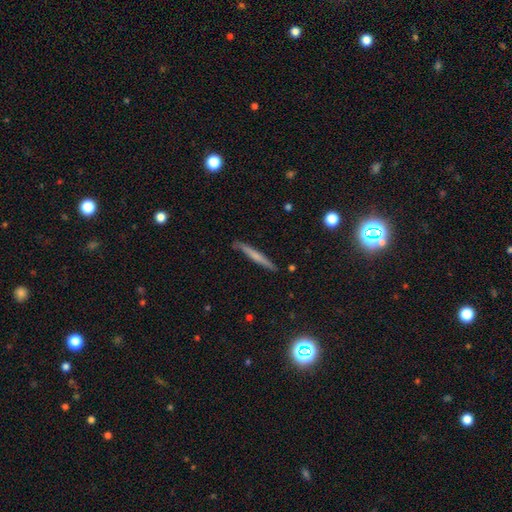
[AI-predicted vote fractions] The model was most divided on "smooth or featured": featured or disk: 47%, smooth: 45%, star or artifact: 7%. More confident: merging — none (85%).